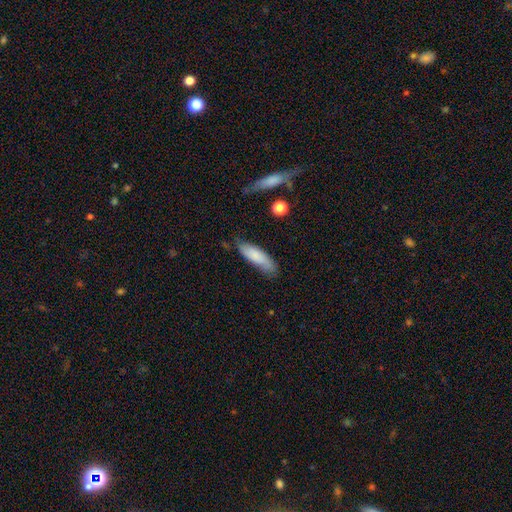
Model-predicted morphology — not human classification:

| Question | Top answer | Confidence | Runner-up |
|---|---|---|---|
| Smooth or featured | smooth | 78% | featured or disk (16%) |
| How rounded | cigar-shaped | 53% | in between (45%) |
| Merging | none | 69% | minor disturbance (24%) |